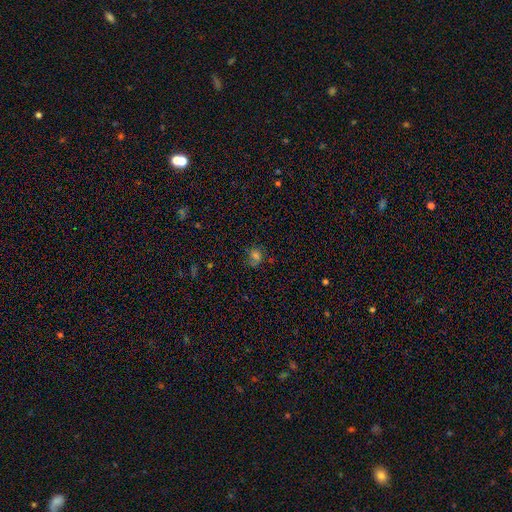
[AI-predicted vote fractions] Morphology: type=smooth (59%); roundness=round (67%); merging=none (56%).